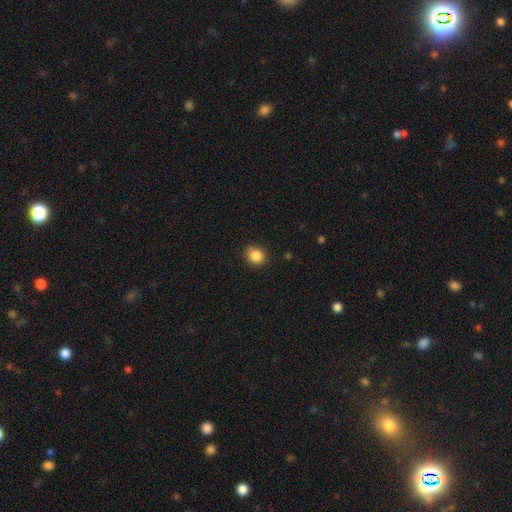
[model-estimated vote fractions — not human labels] Smooth or featured: smooth — 87% (star or artifact — 10%)
How rounded: round — 79% (in between — 20%)
Merging: none — 85% (minor disturbance — 11%)